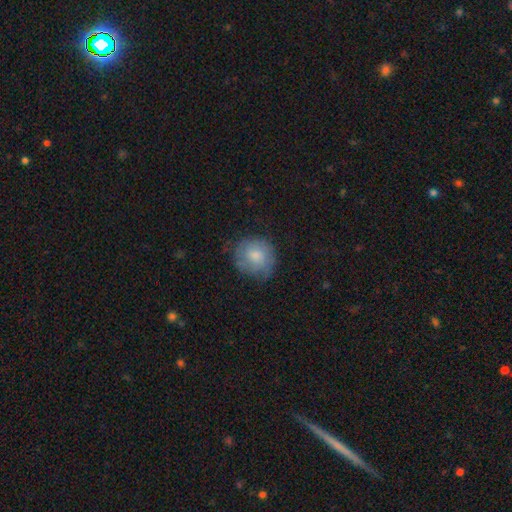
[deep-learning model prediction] smooth-or-featured: smooth: 71% | featured or disk: 22% | star or artifact: 7%
  how-rounded: round: 85% | in between: 14% | cigar-shaped: 1%
  merging: none: 65% | minor disturbance: 25% | major disturbance: 9% | merger: 1%